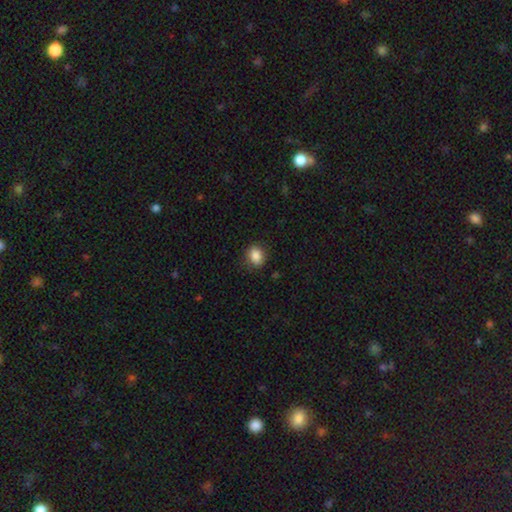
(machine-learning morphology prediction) This is clearly a smooth galaxy (86%). How rounded: possibly in between (51%). Merging: clearly none (82%).